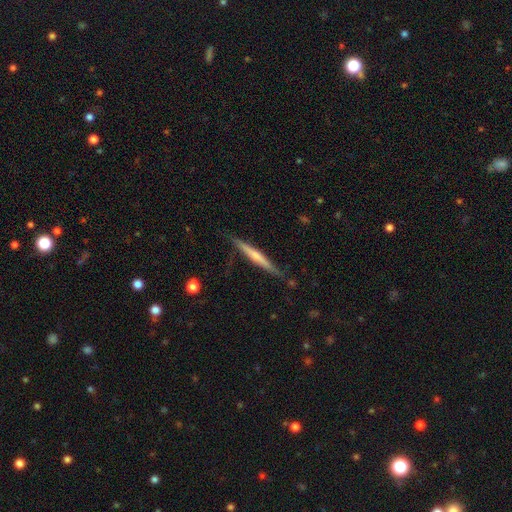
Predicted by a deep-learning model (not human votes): Smooth or featured: featured or disk — 56% (smooth — 38%)
Edge-on disk: yes — 97% (no — 3%)
Edge-on bulge: rounded — 49% (none — 42%)
Merging: none — 83% (minor disturbance — 13%)